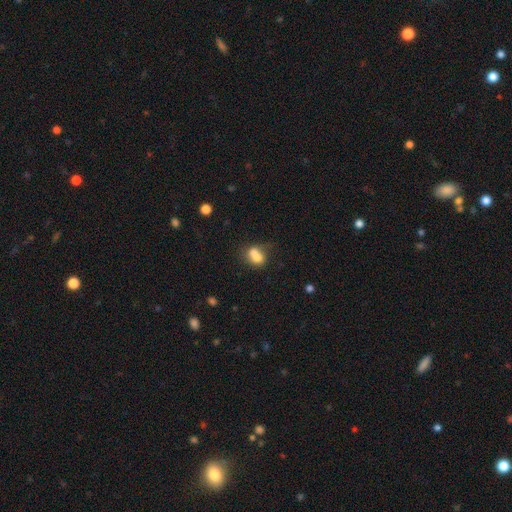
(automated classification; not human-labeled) Smooth or featured: smooth — 71% (featured or disk — 18%)
How rounded: in between — 56% (round — 42%)
Merging: merger — 55% (none — 26%)